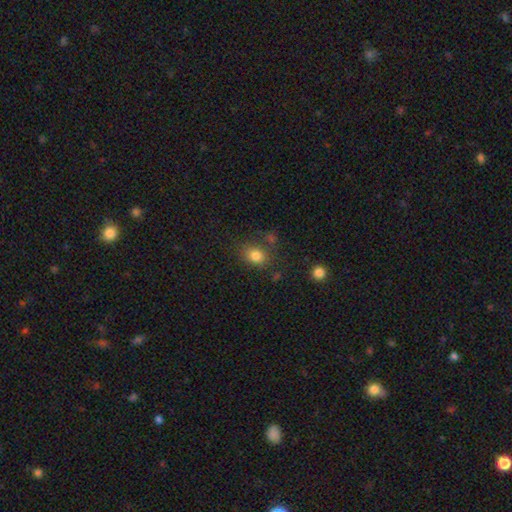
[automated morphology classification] Smooth or featured?
  - smooth: 81% *
  - star or artifact: 12%
  - featured or disk: 7%
How rounded?
  - in between: 50% *
  - round: 49%
  - cigar-shaped: 1%
Merging?
  - none: 72% *
  - minor disturbance: 15%
  - merger: 7%
  - major disturbance: 6%